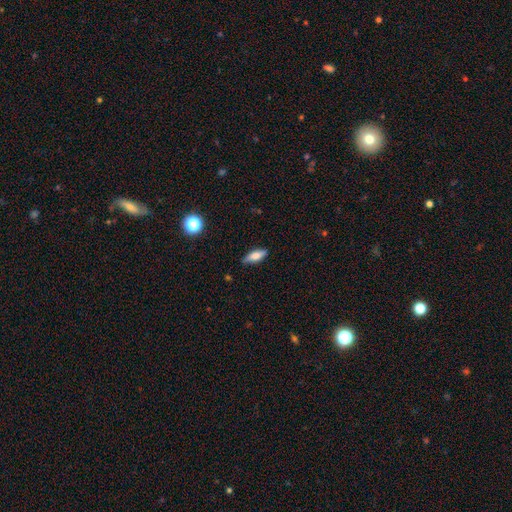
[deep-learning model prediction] Morphology: type=smooth (69%); roundness=in between (63%); merging=none (82%).